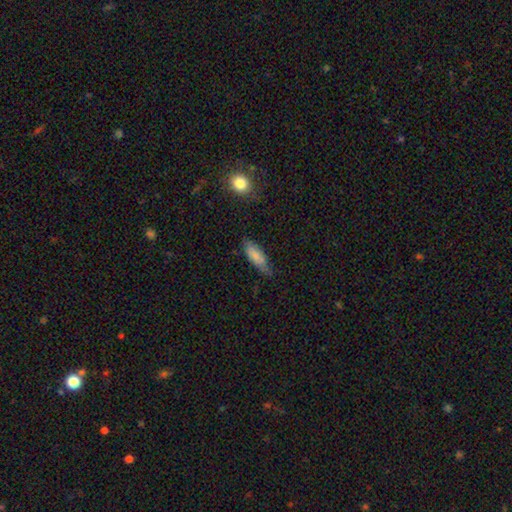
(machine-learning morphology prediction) This is likely a smooth galaxy (78%). How rounded: likely in between (65%). Merging: likely none (63%).